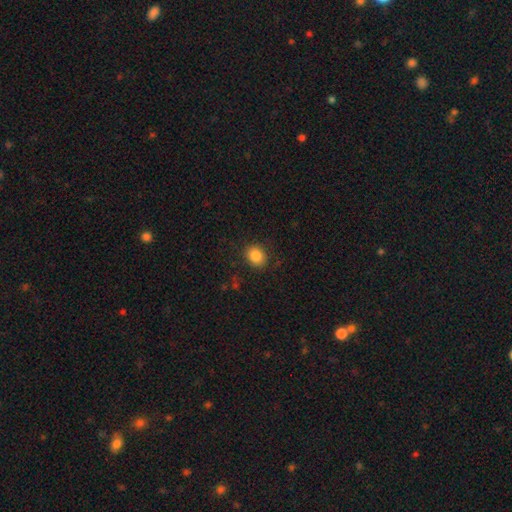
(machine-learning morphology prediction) smooth 86%, star or artifact 10%, featured or disk 5%. Down the decision tree: how rounded — round (65%); merging — none (87%).